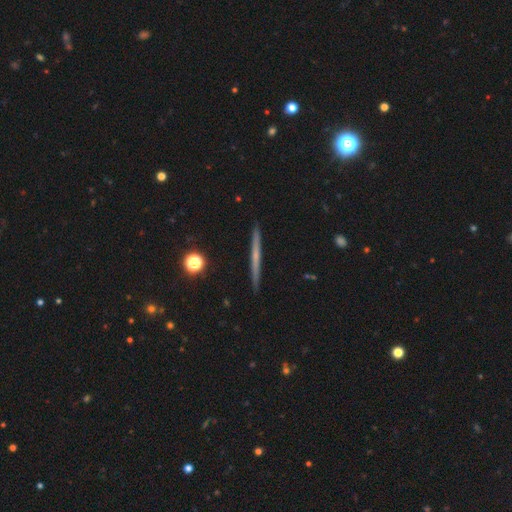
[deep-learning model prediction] Q: Smooth or featured?
A: featured or disk (55%); runner-up: smooth (38%)
Q: Edge-on disk?
A: yes (98%); runner-up: no (2%)
Q: Edge-on bulge?
A: none (80%); runner-up: rounded (16%)
Q: Merging?
A: none (92%); runner-up: minor disturbance (6%)